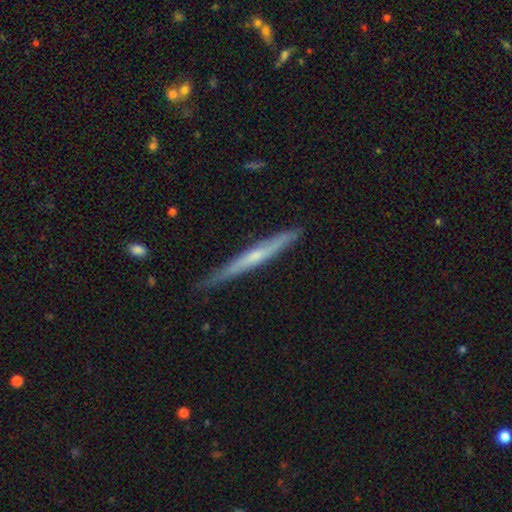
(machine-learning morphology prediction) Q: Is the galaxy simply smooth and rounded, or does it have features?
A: featured or disk — 58%.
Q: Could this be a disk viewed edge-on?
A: yes — 96%.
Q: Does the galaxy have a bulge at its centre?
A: none — 55%.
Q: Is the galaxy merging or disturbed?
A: none — 81%.